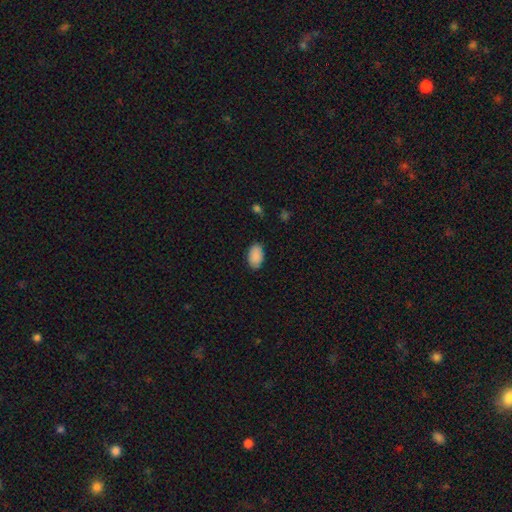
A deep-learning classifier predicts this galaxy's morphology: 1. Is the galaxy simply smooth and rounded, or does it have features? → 90% smooth, 7% star or artifact, 3% featured or disk.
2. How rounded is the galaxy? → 92% in between, 6% round, 1% cigar-shaped.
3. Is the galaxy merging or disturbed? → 84% none, 13% minor disturbance, 3% major disturbance, 1% merger.